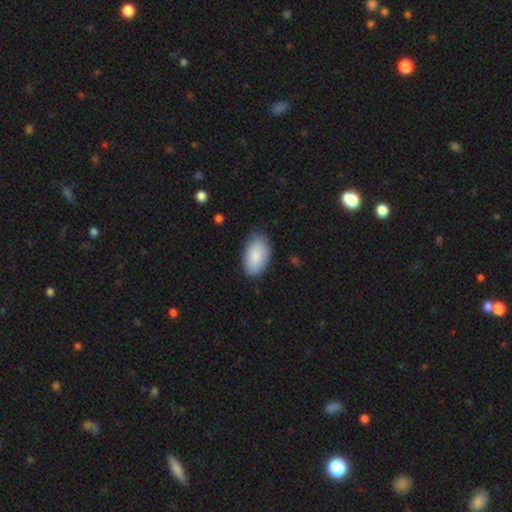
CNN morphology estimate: Q: Smooth or featured?
A: smooth (86%); runner-up: featured or disk (9%)
Q: How rounded?
A: in between (95%); runner-up: round (4%)
Q: Merging?
A: none (80%); runner-up: minor disturbance (16%)